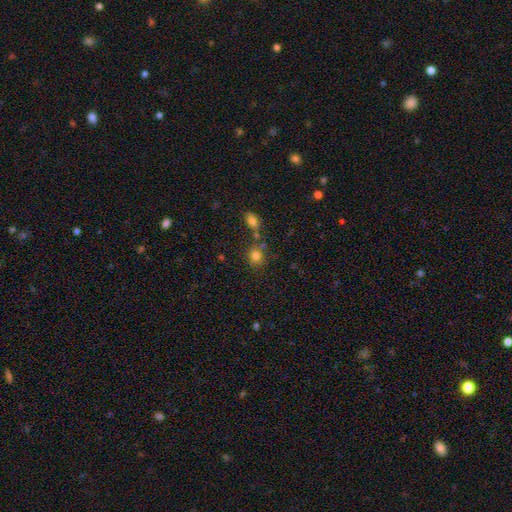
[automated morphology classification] A smooth galaxy with no disk features (79%) that is round (68%). Merging: none (66%).